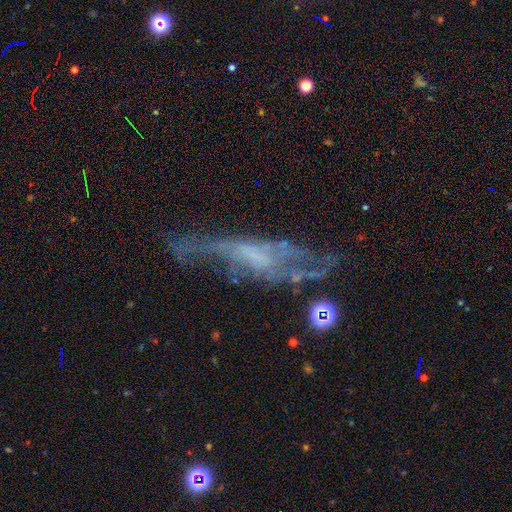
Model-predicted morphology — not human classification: This appears to be a featured or disk galaxy (67%). Merging: none (44%).